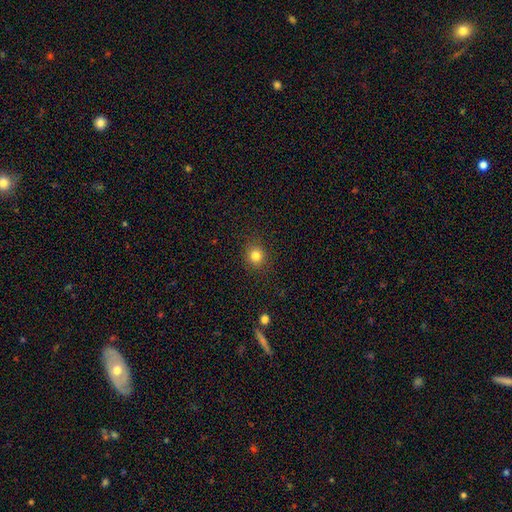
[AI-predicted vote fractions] Smooth or featured? Predicted: smooth (p=0.82). How rounded? Predicted: round (p=0.87). Merging? Predicted: none (p=0.89).